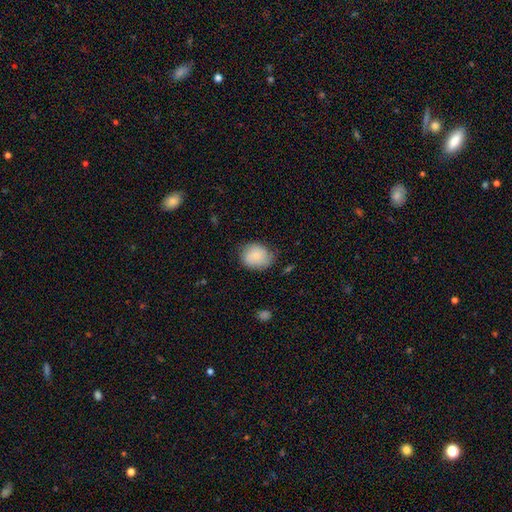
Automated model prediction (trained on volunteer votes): Smooth or featured: smooth — 80% (featured or disk — 12%)
How rounded: round — 57% (in between — 42%)
Merging: none — 67% (minor disturbance — 25%)